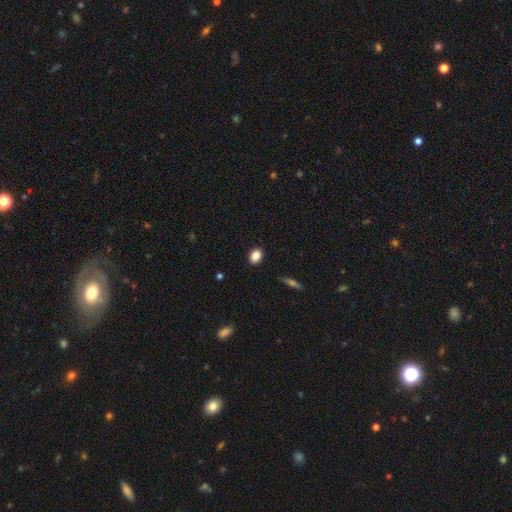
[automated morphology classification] smooth_or_featured: smooth (p=0.86) [alt: star or artifact p=0.09]
how_rounded: in between (p=0.65) [alt: round p=0.33]
merging: none (p=0.89) [alt: minor disturbance p=0.08]